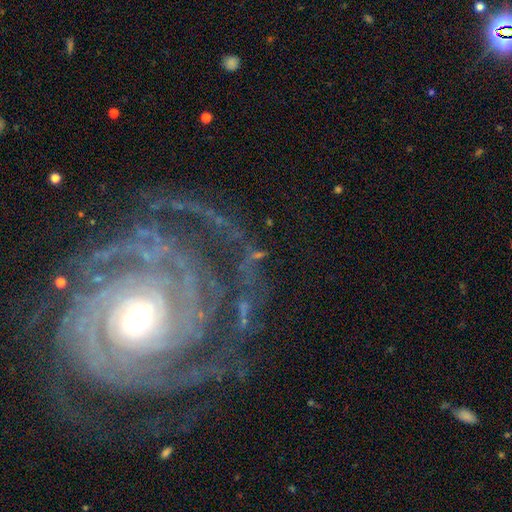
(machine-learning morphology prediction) This is likely a featured or disk galaxy (71%). It is clearly not viewed edge-on (94%). Bar: marginally no (38%). Spiral arm pattern: clearly yes (92%). Spiral arm count: marginally 2 (29%). Spiral winding: possibly tight (55%). Central bulge: possibly small (56%). Merging: likely none (64%).